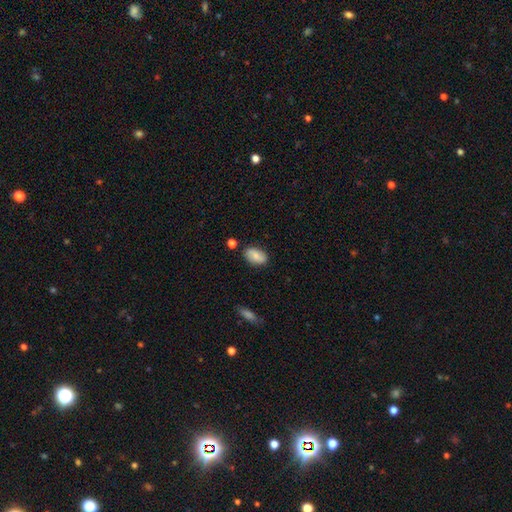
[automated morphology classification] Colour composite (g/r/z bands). It shows a smooth galaxy with no disk features (76%) that is in between round and cigar-shaped (92%). Merging: none (81%).